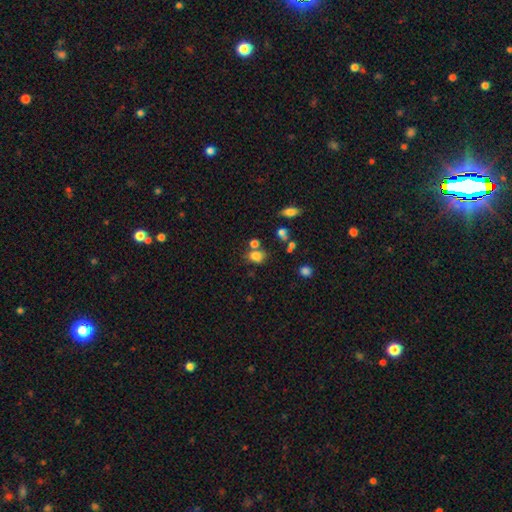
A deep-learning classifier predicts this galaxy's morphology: Smooth or featured?
  - smooth: 77% *
  - star or artifact: 15%
  - featured or disk: 8%
How rounded?
  - in between: 58% *
  - round: 41%
  - cigar-shaped: 1%
Merging?
  - none: 54% *
  - merger: 25%
  - minor disturbance: 15%
  - major disturbance: 6%